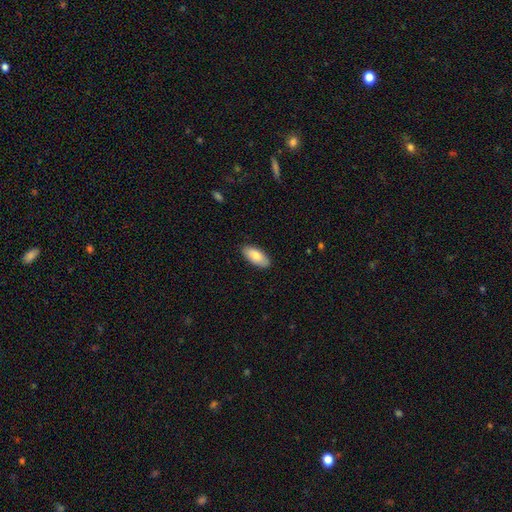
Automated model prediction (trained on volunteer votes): Overall: smooth (82%). How rounded: in between (90%). Merging: none (87%).